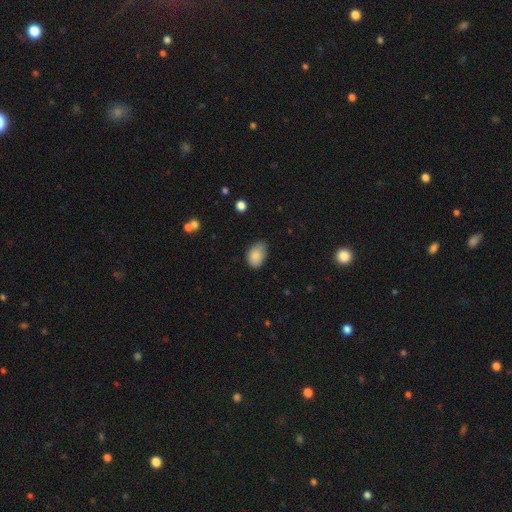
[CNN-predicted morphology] smooth 86%, star or artifact 8%, featured or disk 7%. Down the decision tree: how rounded — in between (85%); merging — none (60%).